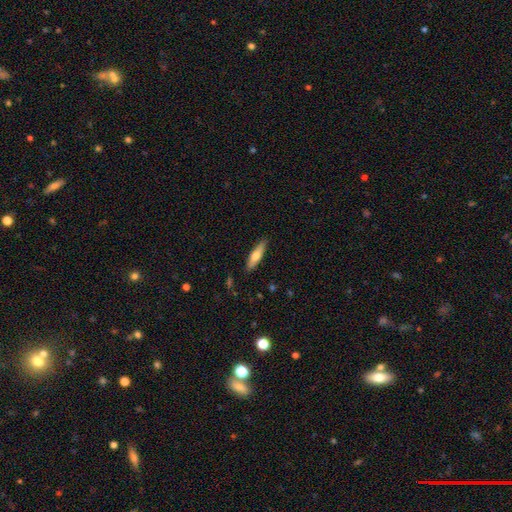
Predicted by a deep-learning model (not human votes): Q: Smooth or featured?
A: smooth (60%); runner-up: featured or disk (34%)
Q: How rounded?
A: cigar-shaped (73%); runner-up: in between (25%)
Q: Merging?
A: none (88%); runner-up: minor disturbance (9%)